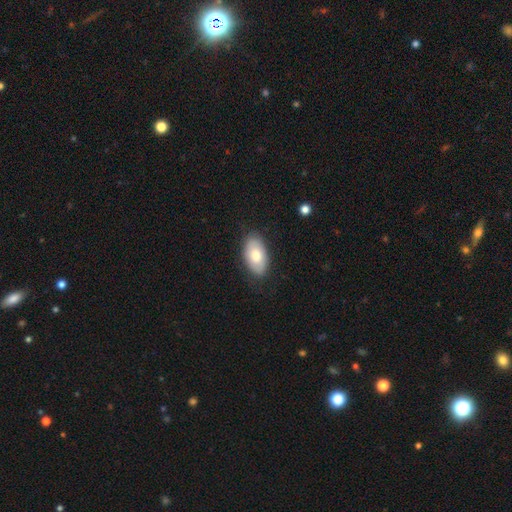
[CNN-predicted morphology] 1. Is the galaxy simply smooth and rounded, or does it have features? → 72% smooth, 22% featured or disk, 6% star or artifact.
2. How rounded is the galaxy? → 94% in between, 4% round, 2% cigar-shaped.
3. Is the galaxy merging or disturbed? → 83% none, 13% minor disturbance, 3% major disturbance, 1% merger.